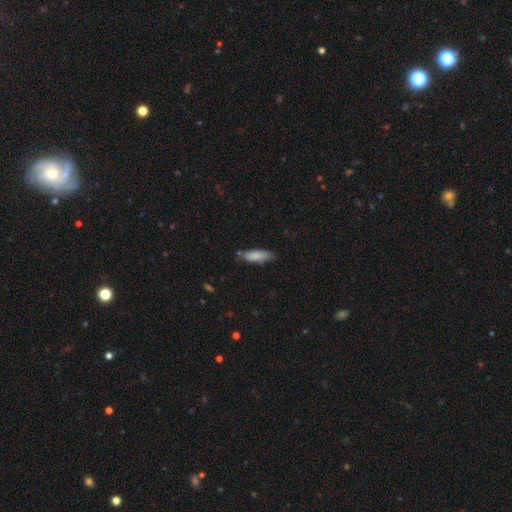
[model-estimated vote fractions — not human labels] A smooth galaxy with no disk features (82%) that is cigar-shaped (50%).

Vote fractions:
- Smooth or featured? smooth: 82% / featured or disk: 12% / star or artifact: 6%
- How rounded? cigar-shaped: 50% / in between: 48% / round: 2%
- Merging? none: 65% / minor disturbance: 24% / merger: 6% / major disturbance: 4%